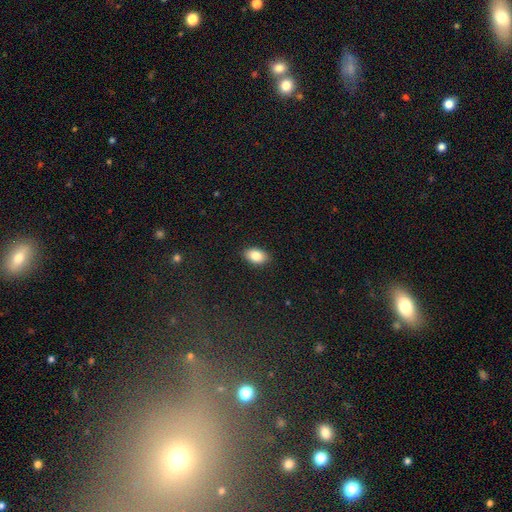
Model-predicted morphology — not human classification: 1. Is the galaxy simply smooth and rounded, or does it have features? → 84% smooth, 8% featured or disk, 8% star or artifact.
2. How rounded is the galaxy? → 90% in between, 8% round, 1% cigar-shaped.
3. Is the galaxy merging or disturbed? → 88% none, 9% minor disturbance, 2% major disturbance, 1% merger.